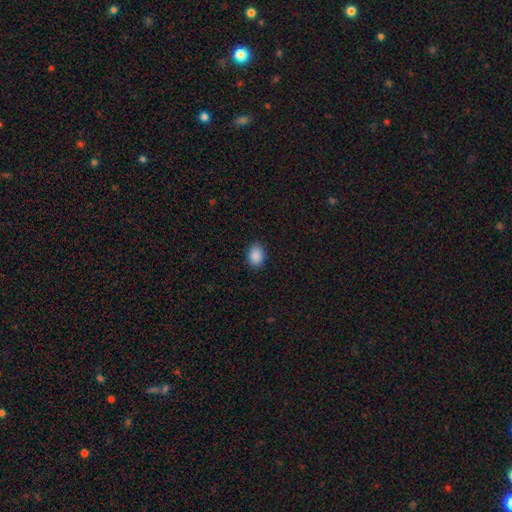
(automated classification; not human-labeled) Q: Smooth or featured?
A: smooth (89%); runner-up: star or artifact (8%)
Q: How rounded?
A: in between (66%); runner-up: round (33%)
Q: Merging?
A: none (89%); runner-up: minor disturbance (8%)